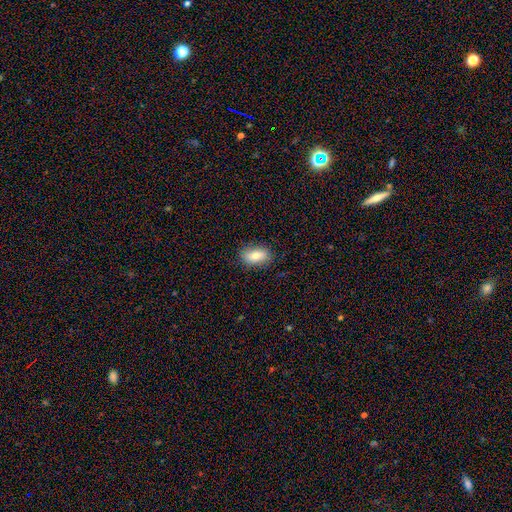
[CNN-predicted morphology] The model was most divided on "smooth or featured": smooth: 76%, featured or disk: 16%, star or artifact: 8%. More confident: how rounded — in between (87%); merging — none (85%).